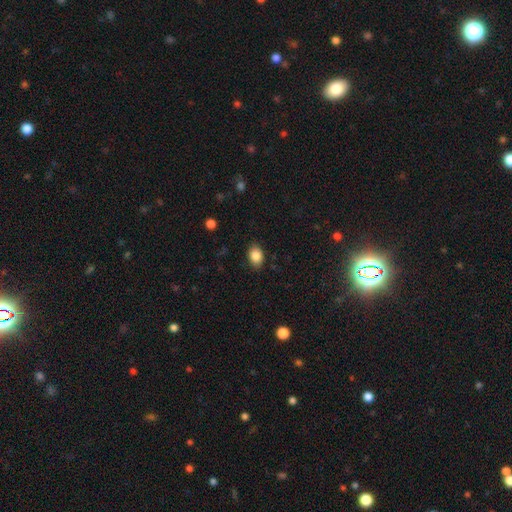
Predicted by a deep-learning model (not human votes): Morphology: type=smooth (87%); roundness=in between (79%); merging=none (85%).